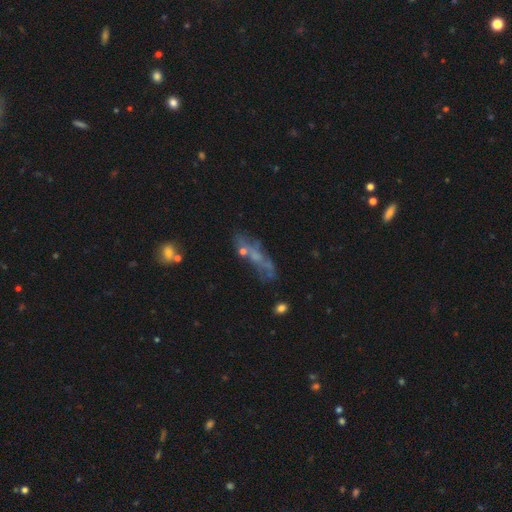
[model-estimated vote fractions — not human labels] featured or disk 47%, smooth 33%, star or artifact 20%. Down the decision tree: merging — none (45%).